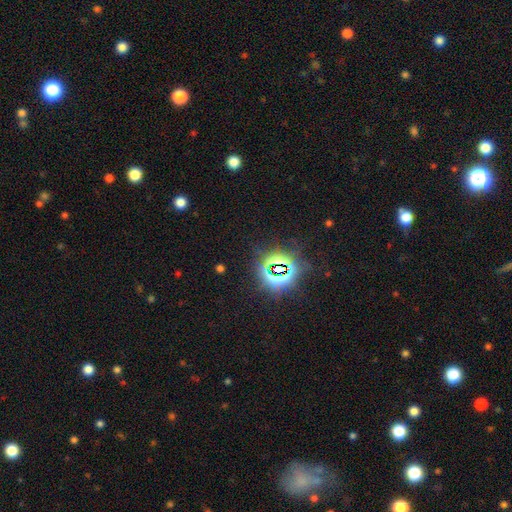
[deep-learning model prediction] The model was most divided on "smooth or featured": star or artifact: 80%, smooth: 12%, featured or disk: 8%.